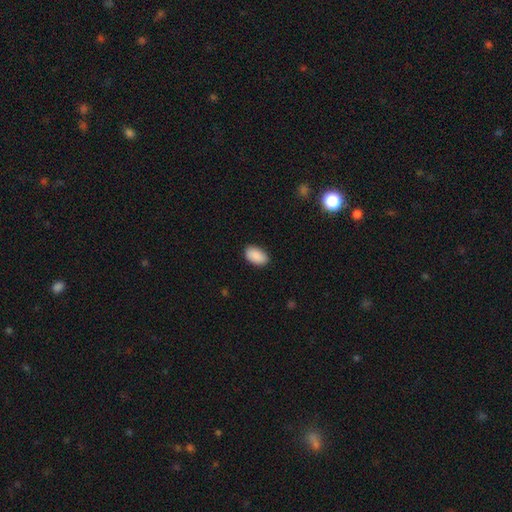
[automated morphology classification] type=smooth (90%); roundness=in between (93%); merging=none (88%).